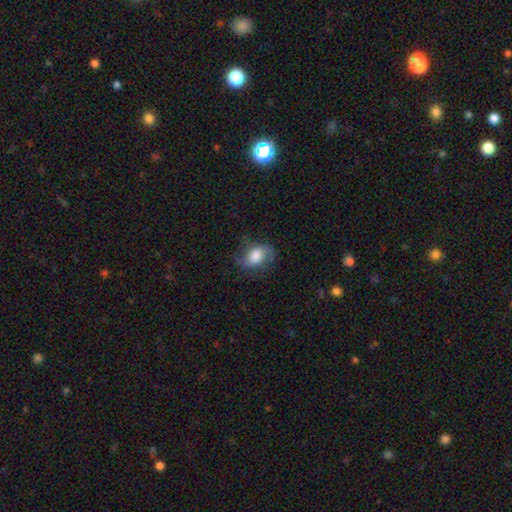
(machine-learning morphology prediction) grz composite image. It shows a smooth galaxy with no disk features (57%) that is in between round and cigar-shaped (77%). Merging: none (61%).